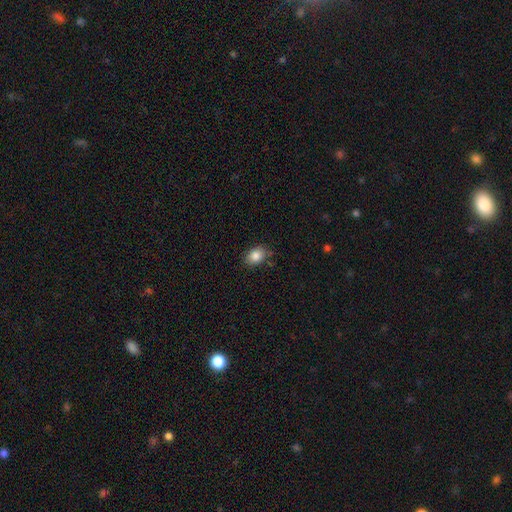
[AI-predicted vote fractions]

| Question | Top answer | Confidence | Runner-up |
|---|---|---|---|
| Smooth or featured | smooth | 85% | star or artifact (9%) |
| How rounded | in between | 68% | round (31%) |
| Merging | none | 78% | minor disturbance (16%) |